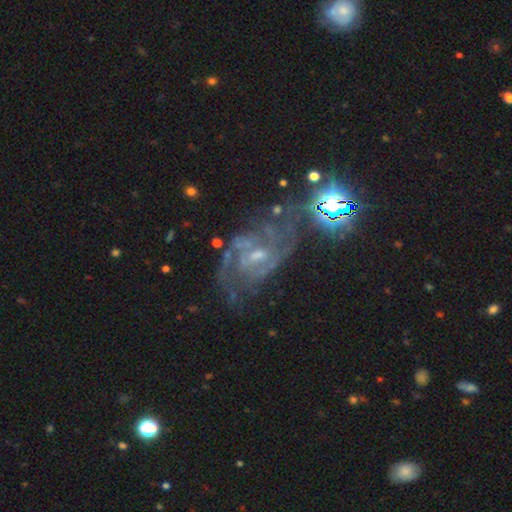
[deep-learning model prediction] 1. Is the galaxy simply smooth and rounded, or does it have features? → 80% featured or disk, 13% star or artifact, 7% smooth.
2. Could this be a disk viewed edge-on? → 97% no, 3% yes.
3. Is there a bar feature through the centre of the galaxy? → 52% weak, 35% no, 12% strong.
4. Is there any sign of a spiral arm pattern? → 91% yes, 9% no.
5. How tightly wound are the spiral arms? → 48% medium, 35% tight, 17% loose.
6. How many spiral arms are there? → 43% 2, 29% can't tell, 12% 3, 6% 4, 5% 1, 4% more than 4.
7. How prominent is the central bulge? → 46% small, 39% moderate, 12% none, 3% large, 1% dominant.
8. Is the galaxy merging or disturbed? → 55% none, 20% minor disturbance, 20% major disturbance, 5% merger.